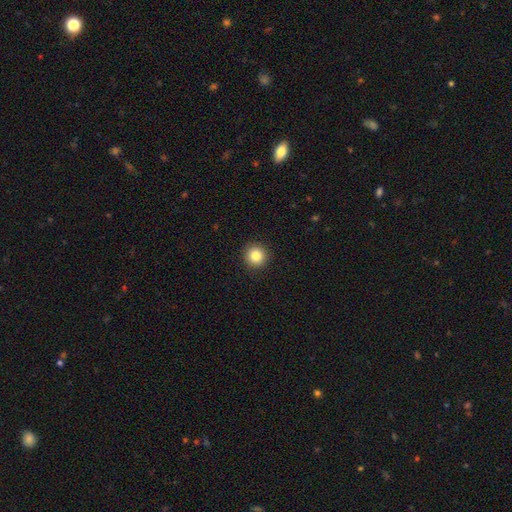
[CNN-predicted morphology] Overall: smooth (84%). How rounded: round (94%). Merging: none (93%).